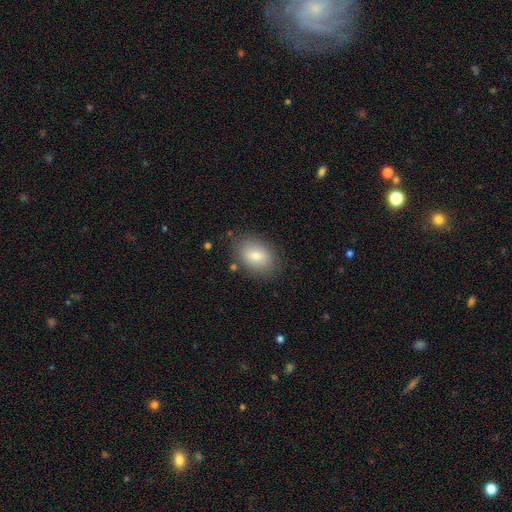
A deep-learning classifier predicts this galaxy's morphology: This appears to be a smooth galaxy with no disk features (77%) that is in between round and cigar-shaped (81%). Merging: none (81%).